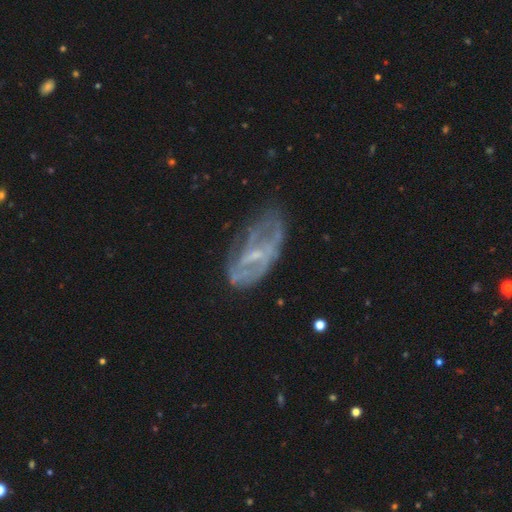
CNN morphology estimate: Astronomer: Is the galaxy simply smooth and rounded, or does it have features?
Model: featured or disk — 70%.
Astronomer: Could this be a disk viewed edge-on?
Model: no — 93%.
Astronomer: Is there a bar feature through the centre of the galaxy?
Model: weak — 43% (runner-up: no, 40%).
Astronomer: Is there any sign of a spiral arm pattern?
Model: yes — 50%, tied with no at 50%.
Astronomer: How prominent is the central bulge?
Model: small — 56%.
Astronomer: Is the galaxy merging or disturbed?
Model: none — 46% (runner-up: minor disturbance, 27%).